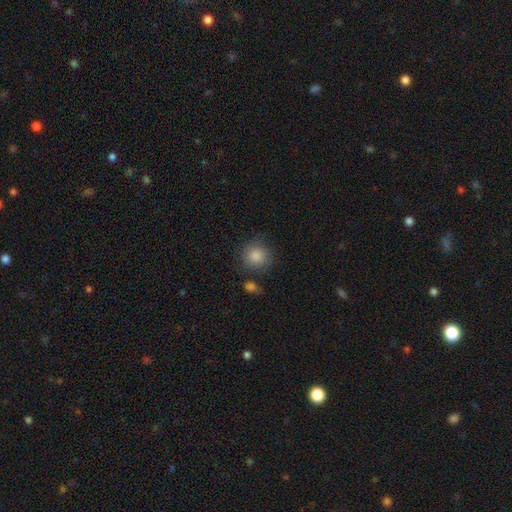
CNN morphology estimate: type=smooth (85%); roundness=round (91%); merging=none (80%).